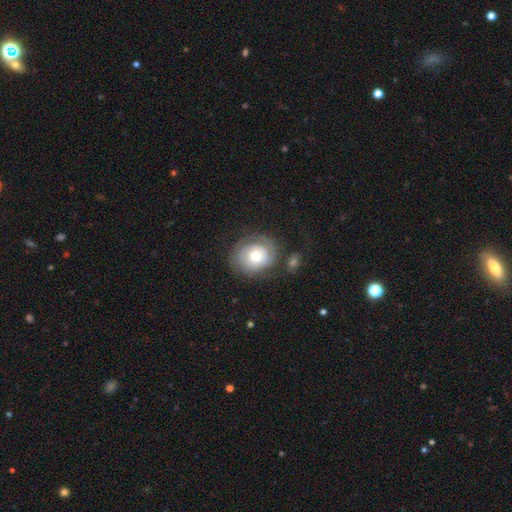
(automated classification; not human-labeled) A featured or disk galaxy (57%) with no bar (84%), spiral arms (75%) and a moderate central bulge (69%).

Vote fractions:
- Smooth or featured? featured or disk: 57% / smooth: 36% / star or artifact: 7%
- Edge-on disk? no: 96% / yes: 4%
- Bar? no: 84% / weak: 13% / strong: 3%
- Spiral arms? yes: 75% / no: 25%
- Bulge size? moderate: 69% / small: 19% / large: 10% / dominant: 1% / none: 1%
- Merging? none: 63% / minor disturbance: 19% / major disturbance: 13% / merger: 5%